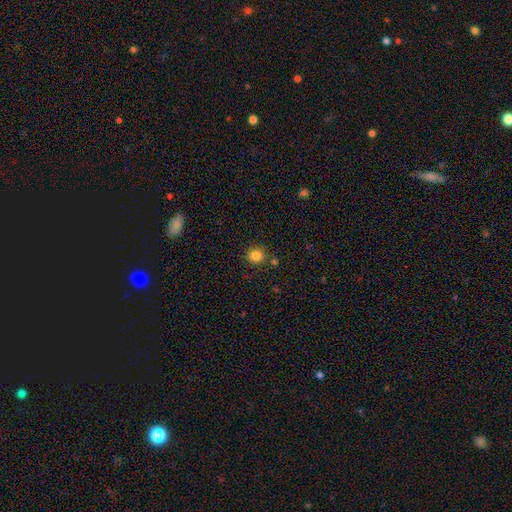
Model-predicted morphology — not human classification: smooth_or_featured: smooth (p=0.84) [alt: star or artifact p=0.12]
how_rounded: round (p=0.91) [alt: in between p=0.08]
merging: none (p=0.84) [alt: minor disturbance p=0.08]